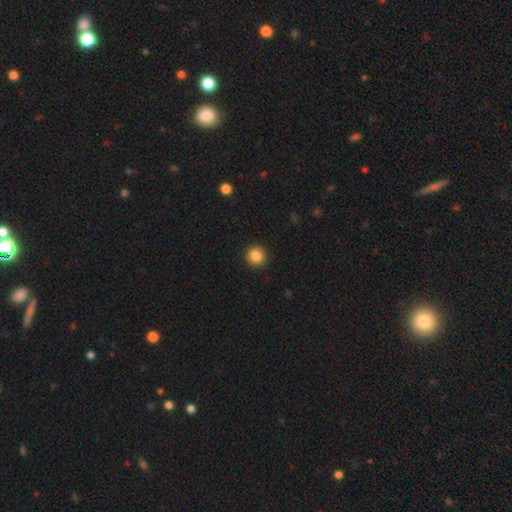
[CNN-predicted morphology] type=smooth (86%); roundness=round (94%); merging=none (93%).